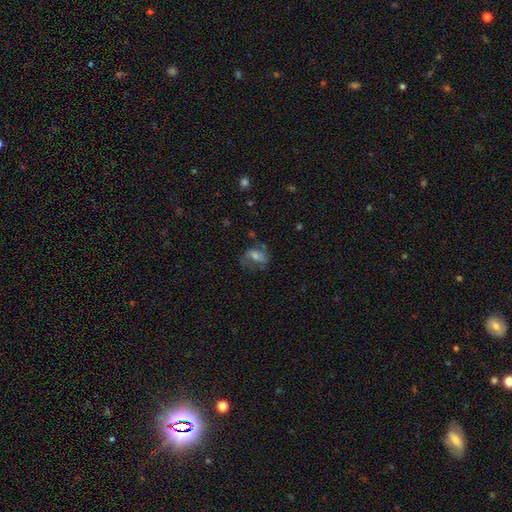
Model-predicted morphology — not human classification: This is possibly a featured or disk galaxy (48%). Merging: possibly none (53%).